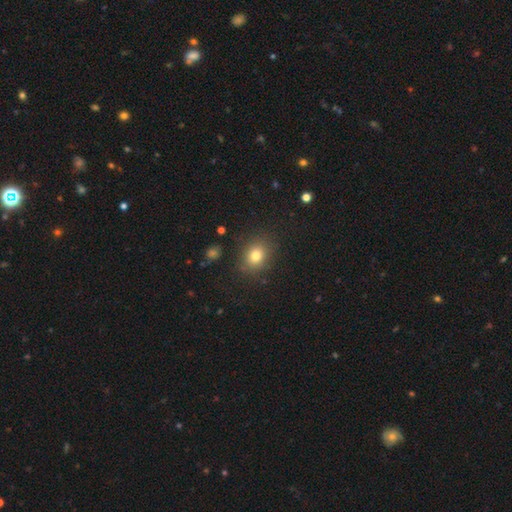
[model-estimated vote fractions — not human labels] Smooth or featured? Predicted: smooth (p=0.79). How rounded? Predicted: round (p=0.52). Merging? Predicted: none (p=0.84).